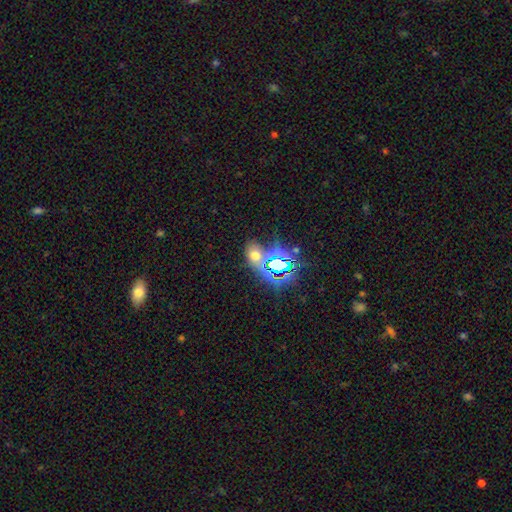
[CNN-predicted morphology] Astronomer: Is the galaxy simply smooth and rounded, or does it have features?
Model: smooth — 46% (runner-up: star or artifact, 43%).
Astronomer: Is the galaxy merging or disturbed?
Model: none — 60%.